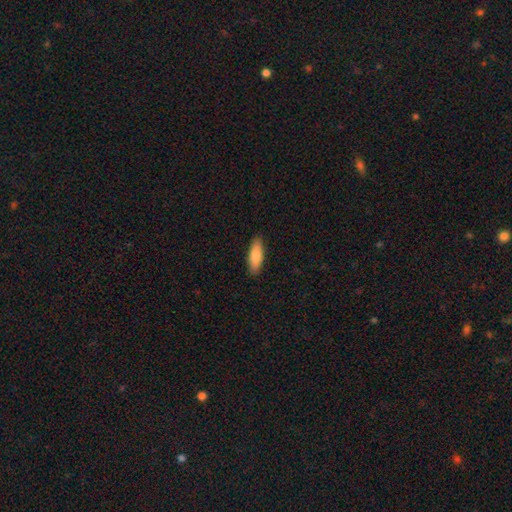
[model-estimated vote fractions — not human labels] smooth_or_featured: smooth (p=0.83) [alt: featured or disk p=0.11]
how_rounded: in between (p=0.61) [alt: cigar-shaped p=0.38]
merging: none (p=0.89) [alt: minor disturbance p=0.09]